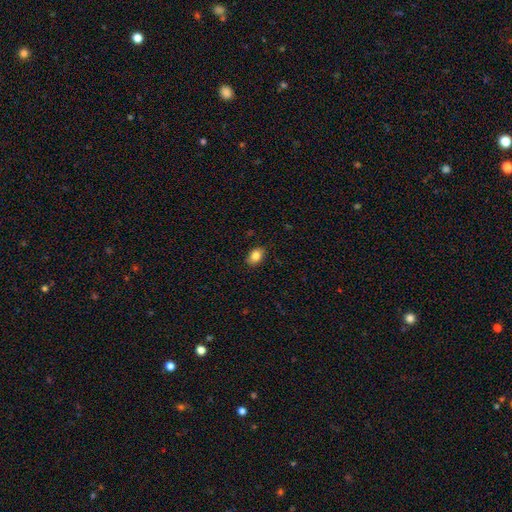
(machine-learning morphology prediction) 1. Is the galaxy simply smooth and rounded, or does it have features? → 84% smooth, 9% star or artifact, 7% featured or disk.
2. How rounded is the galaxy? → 79% in between, 20% round, 1% cigar-shaped.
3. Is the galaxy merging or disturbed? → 87% none, 10% minor disturbance, 2% major disturbance, 1% merger.